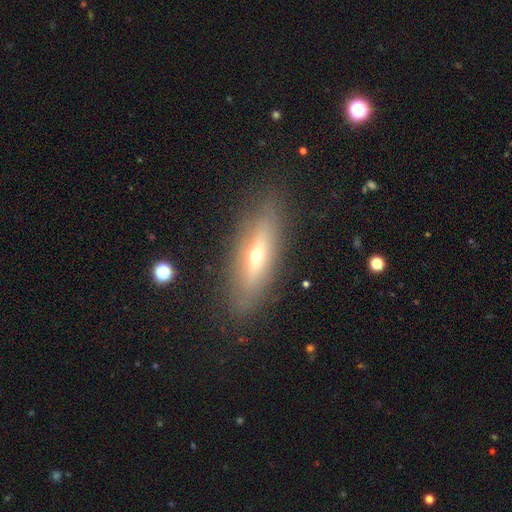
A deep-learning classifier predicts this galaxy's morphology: The model was most divided on "smooth or featured": featured or disk: 51%, smooth: 40%, star or artifact: 9%. More confident: merging — none (84%); edge-on disk — yes (70%).